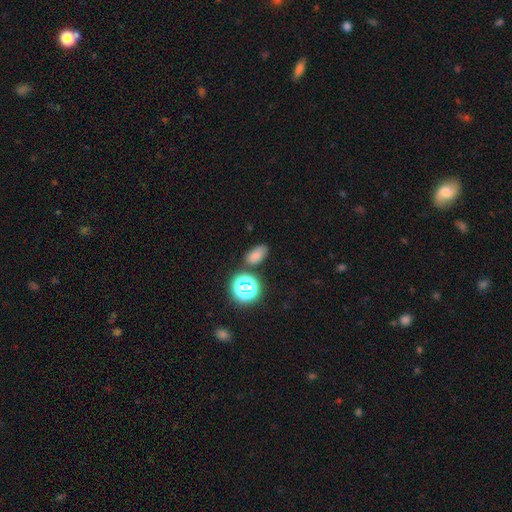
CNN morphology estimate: The model was most divided on "smooth or featured": smooth: 71%, star or artifact: 21%, featured or disk: 7%. More confident: how rounded — in between (86%); merging — none (76%).